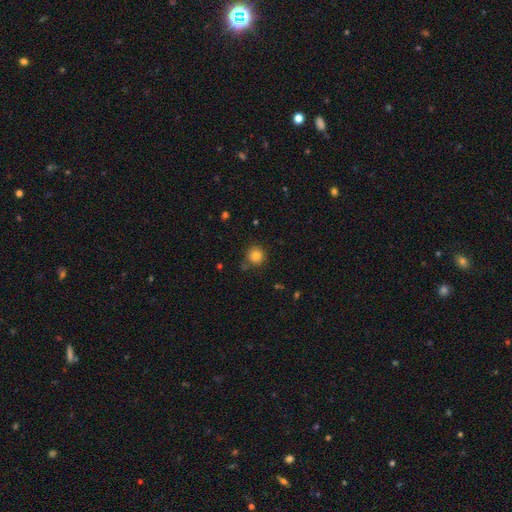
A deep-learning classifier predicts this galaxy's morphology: The model was most divided on "merging": none: 82%, minor disturbance: 11%, merger: 4%, major disturbance: 3%. More confident: how rounded — round (93%); smooth or featured — smooth (84%).